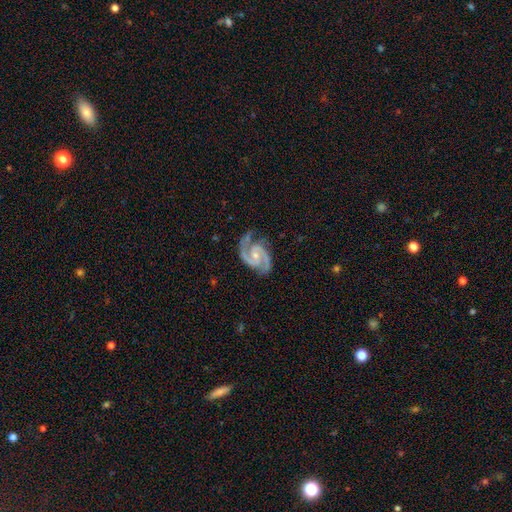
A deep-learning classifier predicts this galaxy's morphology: Smooth or featured? featured or disk (94%)
Edge-on disk? no (98%)
Bar? no (51%)
Spiral arms? yes (99%)
Spiral winding? medium (60%)
Spiral arm count? 2 (90%)
Bulge size? small (59%)
Merging? none (75%)